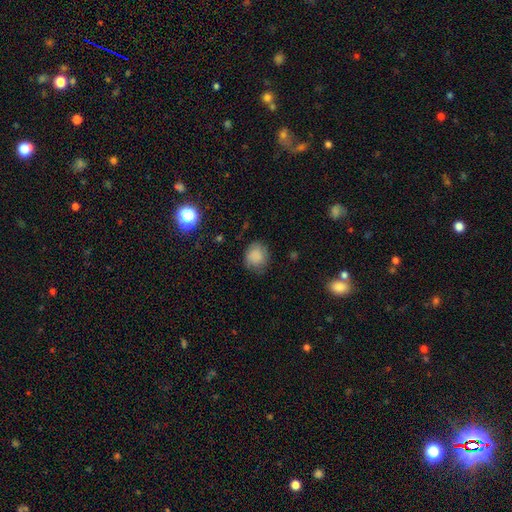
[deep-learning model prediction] Overall: smooth (83%). How rounded: round (74%). Merging: none (74%).